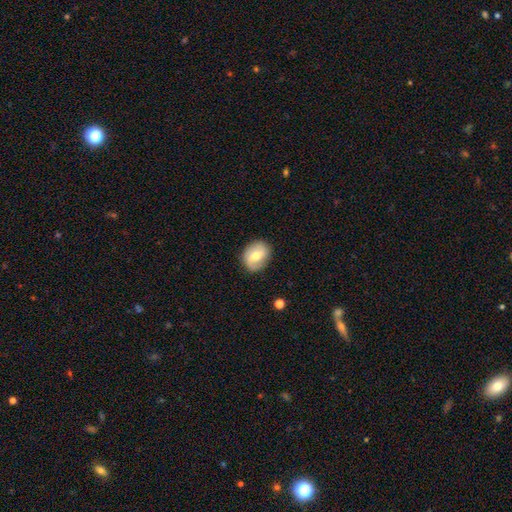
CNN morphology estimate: smooth 48%, featured or disk 45%, star or artifact 7%. Down the decision tree: merging — none (82%).